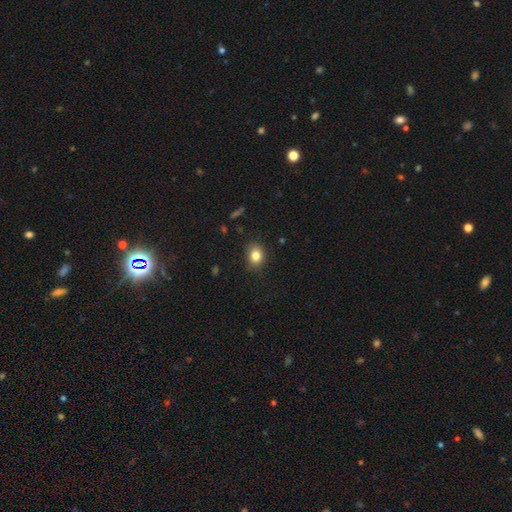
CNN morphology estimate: A smooth galaxy with no disk features (83%) that is round (50%). Merging: none (83%).